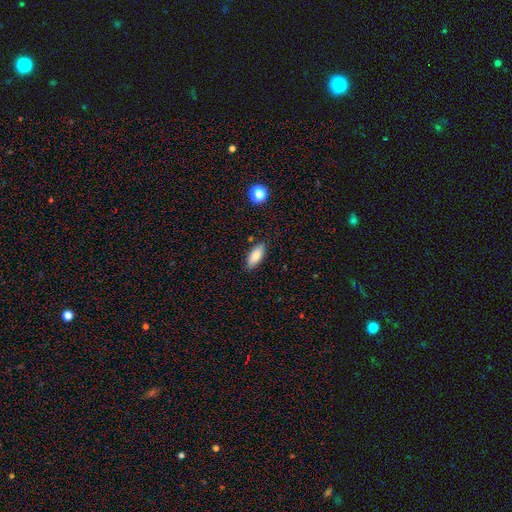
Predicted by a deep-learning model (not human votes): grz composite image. It shows a smooth galaxy with no disk features (83%) that is in between round and cigar-shaped (78%). Merging: none (84%).